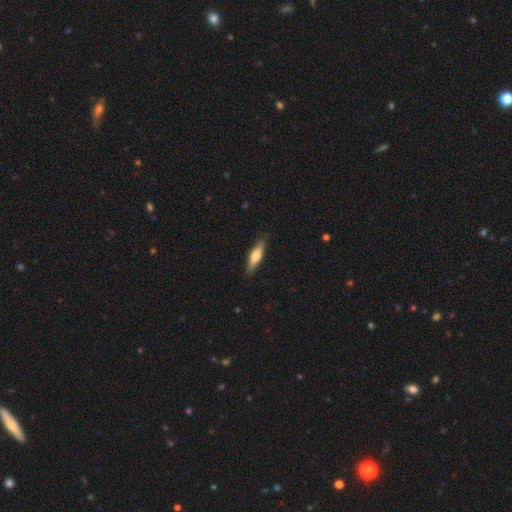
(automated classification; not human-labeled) Smooth or featured: smooth — 59% (featured or disk — 35%)
How rounded: cigar-shaped — 69% (in between — 29%)
Merging: none — 87% (minor disturbance — 10%)